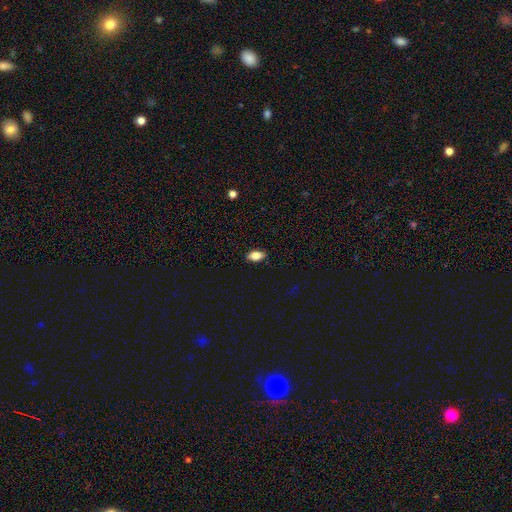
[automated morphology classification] The model was most divided on "smooth or featured": smooth: 81%, featured or disk: 11%, star or artifact: 8%. More confident: how rounded — in between (89%); merging — none (87%).